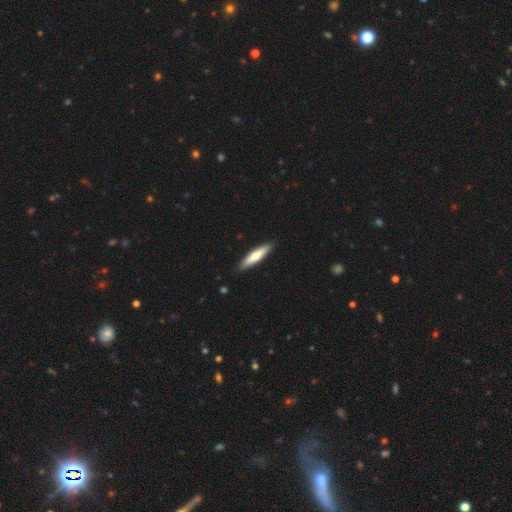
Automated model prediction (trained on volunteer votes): smooth_or_featured: smooth (p=0.59) [alt: featured or disk p=0.36]
how_rounded: cigar-shaped (p=0.83) [alt: in between p=0.15]
merging: none (p=0.90) [alt: minor disturbance p=0.08]